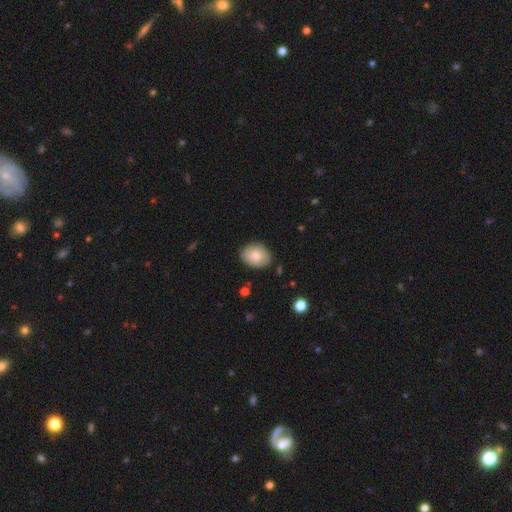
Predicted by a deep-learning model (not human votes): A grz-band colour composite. It shows a smooth galaxy with no disk features (73%) that is in between round and cigar-shaped (58%). Merging: none (81%).